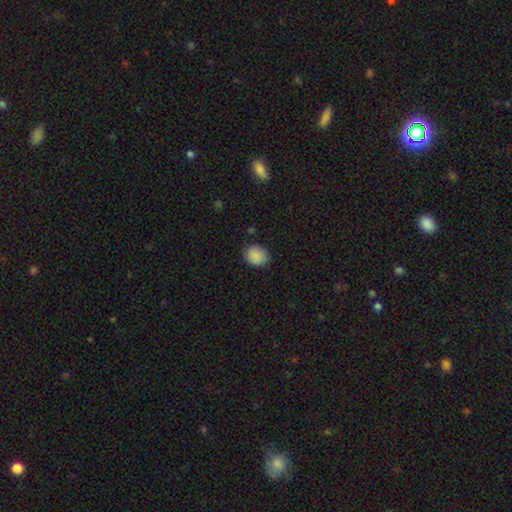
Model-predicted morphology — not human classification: A smooth galaxy with no disk features (89%) that is round (51%). Merging: none (83%).